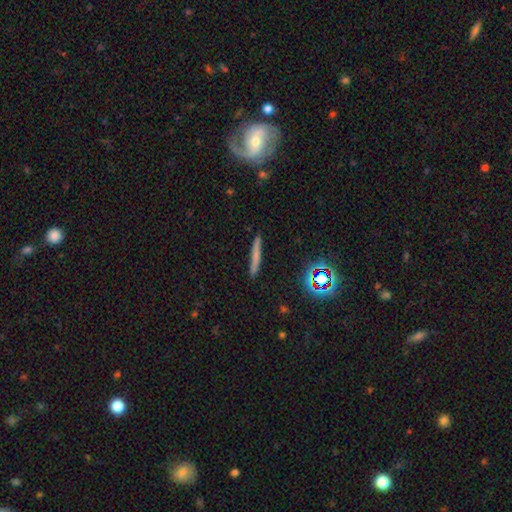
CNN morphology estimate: Overall: smooth (61%; featured or disk 26%). How rounded: cigar-shaped (93%). Merging: none (88%).